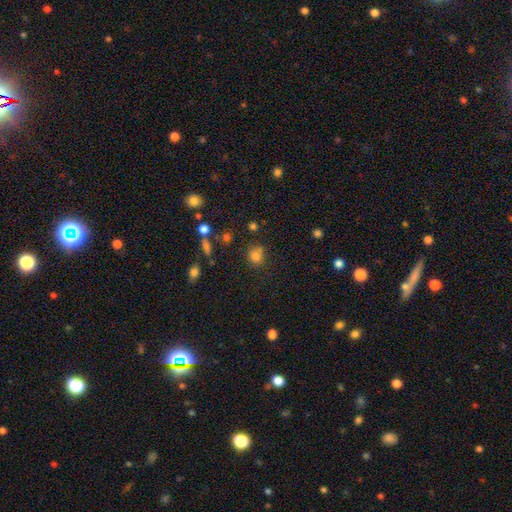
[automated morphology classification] This is likely a smooth galaxy (75%). How rounded: likely round (69%). Merging: likely none (64%).